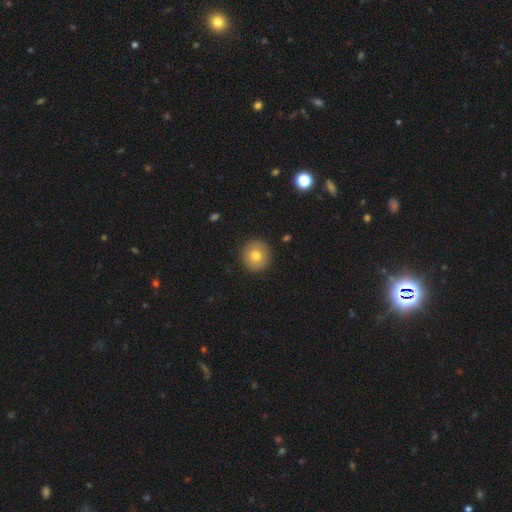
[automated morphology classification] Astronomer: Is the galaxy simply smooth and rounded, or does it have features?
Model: smooth — 77%.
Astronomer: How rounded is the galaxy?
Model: round — 94%.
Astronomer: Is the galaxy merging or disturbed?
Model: none — 91%.